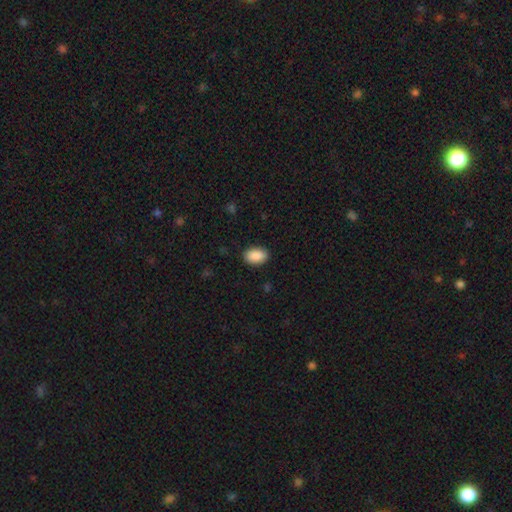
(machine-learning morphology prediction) smooth-or-featured: smooth: 90% | star or artifact: 7% | featured or disk: 3%
  how-rounded: in between: 91% | round: 8% | cigar-shaped: 1%
  merging: none: 89% | minor disturbance: 8% | major disturbance: 2% | merger: 1%